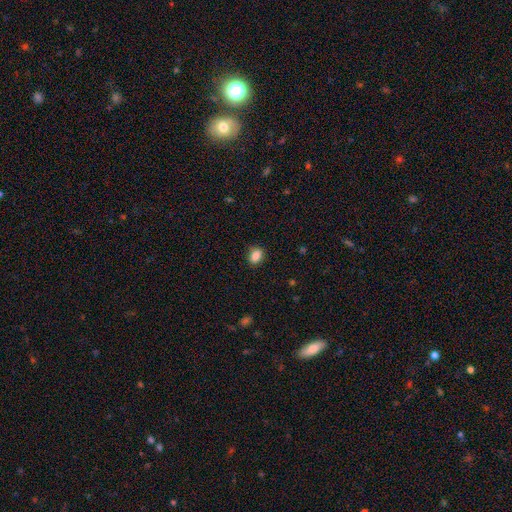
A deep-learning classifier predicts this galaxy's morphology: smooth-or-featured: smooth: 87% | star or artifact: 9% | featured or disk: 4%
  how-rounded: in between: 71% | round: 28% | cigar-shaped: 1%
  merging: none: 83% | minor disturbance: 13% | major disturbance: 3% | merger: 1%